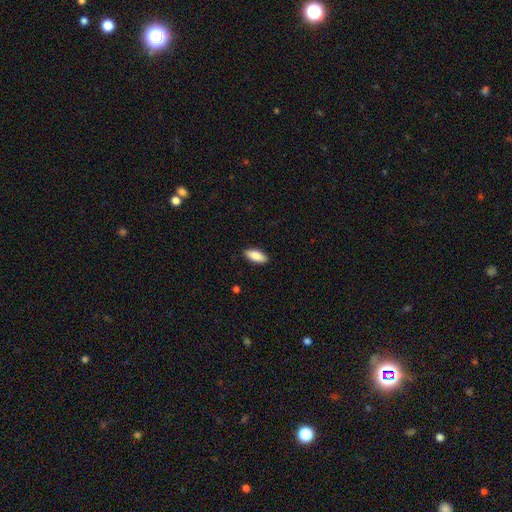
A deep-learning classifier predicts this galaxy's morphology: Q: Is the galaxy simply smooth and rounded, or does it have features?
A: smooth — 83%.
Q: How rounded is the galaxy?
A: in between — 81%.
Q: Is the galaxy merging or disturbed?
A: none — 88%.